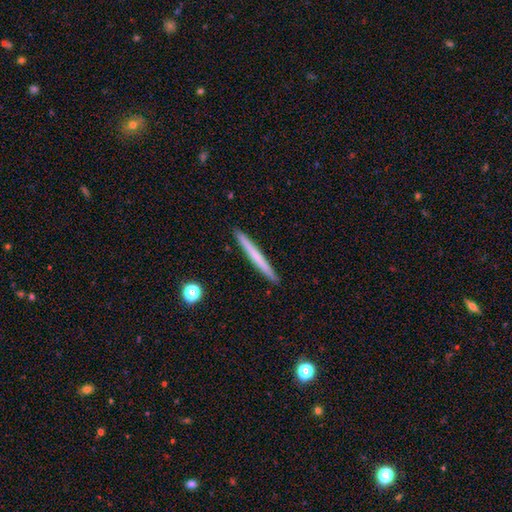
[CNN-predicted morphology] The model was most divided on "smooth or featured": smooth: 59%, featured or disk: 35%, star or artifact: 6%. More confident: how rounded — cigar-shaped (97%); merging — none (93%).